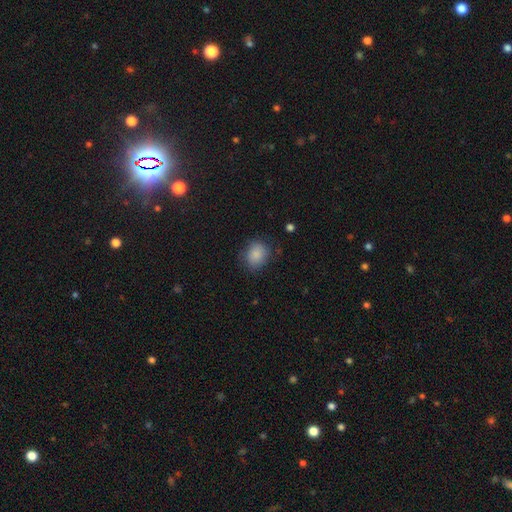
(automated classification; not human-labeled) smooth 86%, star or artifact 9%, featured or disk 5%. Down the decision tree: how rounded — round (61%); merging — none (79%).